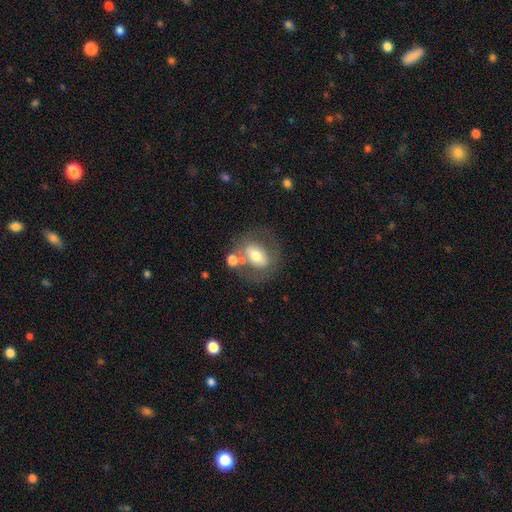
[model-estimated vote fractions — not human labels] Smooth or featured: smooth — 50% (featured or disk — 41%)
How rounded: in between — 62% (round — 36%)
Merging: none — 58% (merger — 17%)